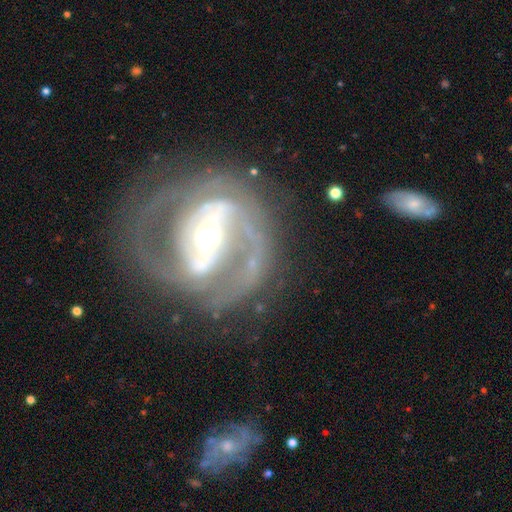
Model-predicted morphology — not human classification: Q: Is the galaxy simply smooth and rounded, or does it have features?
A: featured or disk — 89%.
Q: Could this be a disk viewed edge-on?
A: no — 97%.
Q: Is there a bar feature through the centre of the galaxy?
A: strong — 55%.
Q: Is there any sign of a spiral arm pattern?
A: yes — 94%.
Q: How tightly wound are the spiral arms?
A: medium — 48%.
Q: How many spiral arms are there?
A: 2 — 73%.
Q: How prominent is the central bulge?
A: moderate — 59%.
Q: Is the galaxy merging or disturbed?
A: none — 66%.